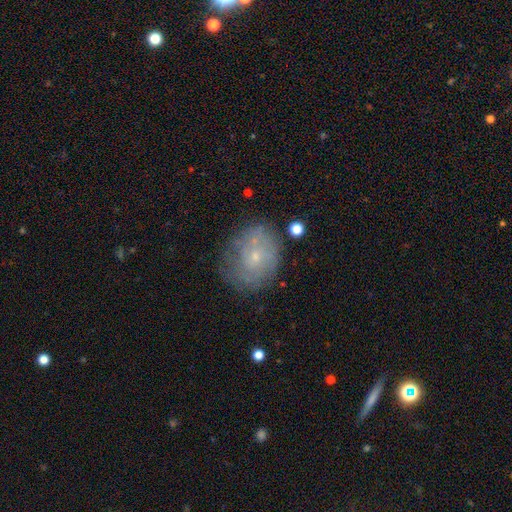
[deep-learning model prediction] Smooth or featured? featured or disk (50%)
Merging? none (66%)